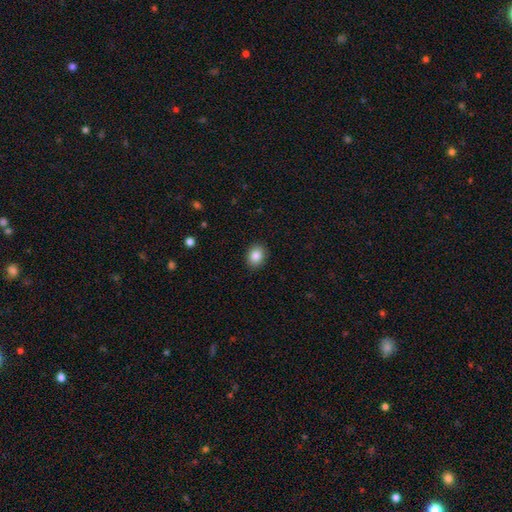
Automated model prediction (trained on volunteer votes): Smooth or featured: smooth — 86% (star or artifact — 9%)
How rounded: round — 52% (in between — 47%)
Merging: none — 90% (minor disturbance — 7%)